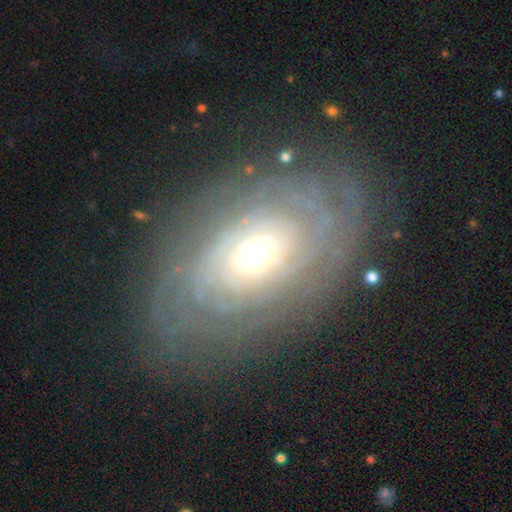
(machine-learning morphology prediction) smooth_or_featured: featured or disk (p=0.82) [alt: smooth p=0.11]
disk_edge_on: no (p=0.94) [alt: yes p=0.06]
bar: no (p=0.68) [alt: weak p=0.23]
has_spiral_arms: yes (p=0.89) [alt: no p=0.11]
spiral_winding: tight (p=0.84) [alt: medium p=0.12]
spiral_arm_count: can't tell (p=0.48) [alt: more than 4 p=0.16]
bulge_size: moderate (p=0.66) [alt: small p=0.22]
merging: none (p=0.79) [alt: minor disturbance p=0.14]